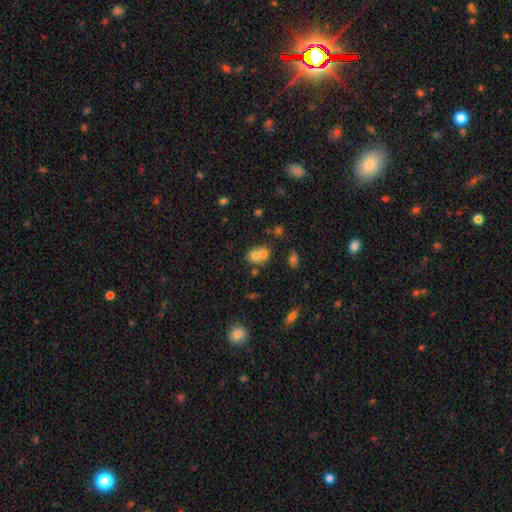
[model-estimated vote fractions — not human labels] Smooth or featured? smooth (67%)
How rounded? round (63%)
Merging? merger (62%)